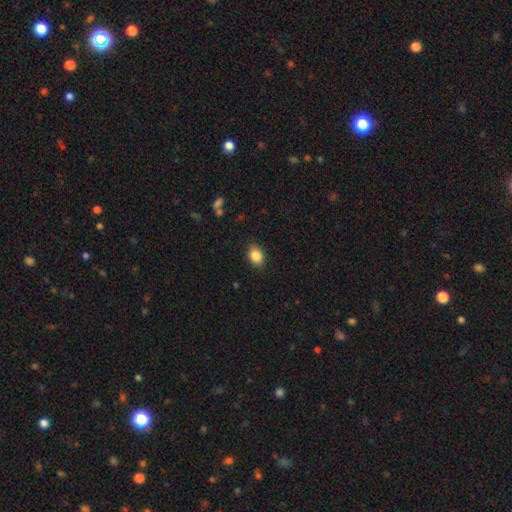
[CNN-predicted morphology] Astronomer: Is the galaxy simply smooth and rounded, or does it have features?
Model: smooth — 86%.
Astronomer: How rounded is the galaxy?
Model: in between — 70%.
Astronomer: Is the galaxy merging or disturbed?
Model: none — 86%.